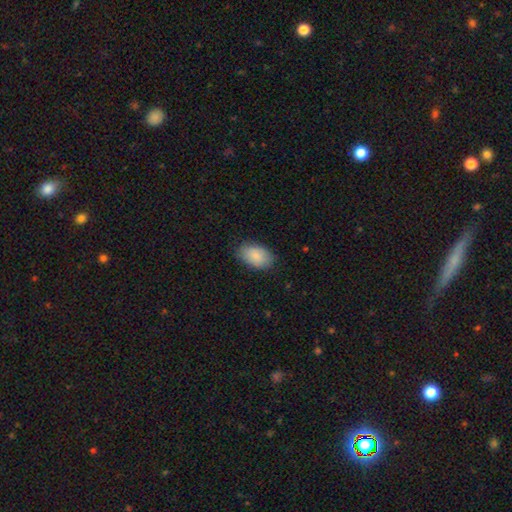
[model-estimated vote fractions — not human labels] A smooth galaxy with no disk features (88%) that is in between round and cigar-shaped (92%).

Vote fractions:
- Smooth or featured? smooth: 88% / star or artifact: 6% / featured or disk: 6%
- How rounded? in between: 92% / round: 6% / cigar-shaped: 1%
- Merging? none: 82% / minor disturbance: 14% / major disturbance: 3% / merger: 1%